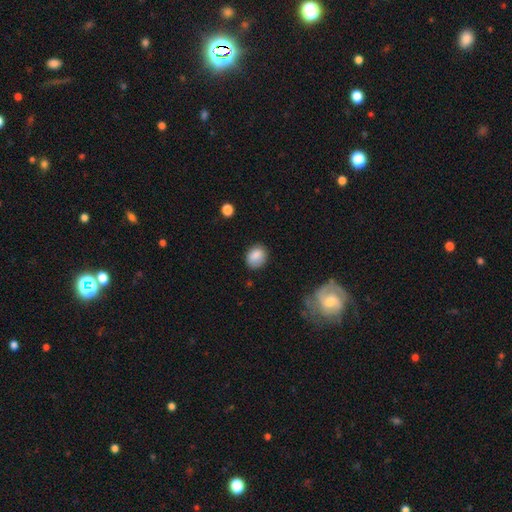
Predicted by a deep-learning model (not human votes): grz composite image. It shows a smooth galaxy with no disk features (86%) that is in between round and cigar-shaped (53%). Merging: none (76%).